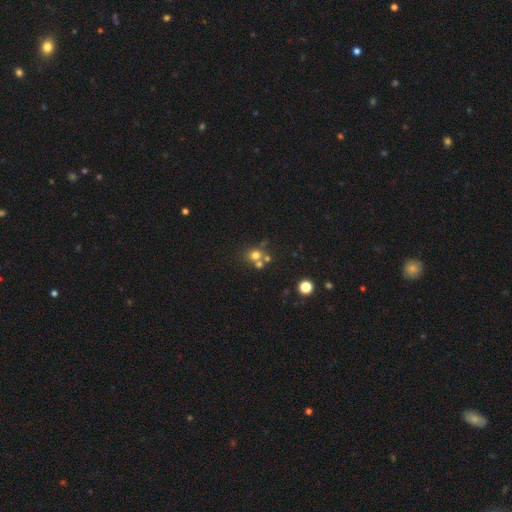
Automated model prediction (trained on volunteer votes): Smooth or featured? Predicted: smooth (p=0.68). How rounded? Predicted: round (p=0.83). Merging? Predicted: none (p=0.51).